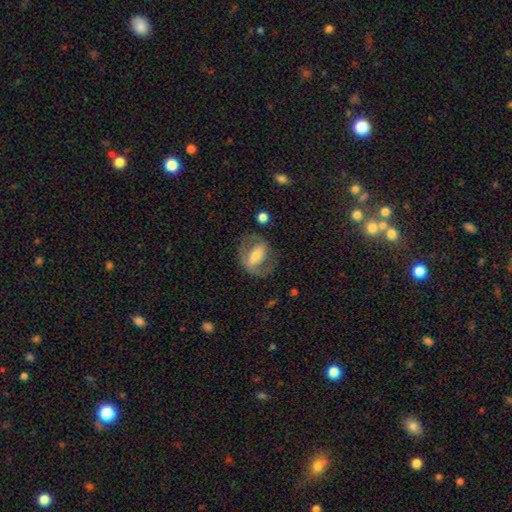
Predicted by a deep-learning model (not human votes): A featured or disk galaxy (66%) with a strong bar (58%), spiral arms (56%) and a moderate central bulge (49%). Merging: none (64%).